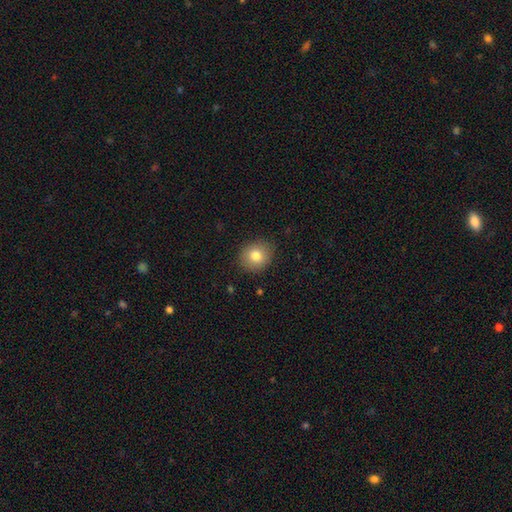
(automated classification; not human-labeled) Smooth or featured? smooth (80%)
How rounded? round (76%)
Merging? none (86%)